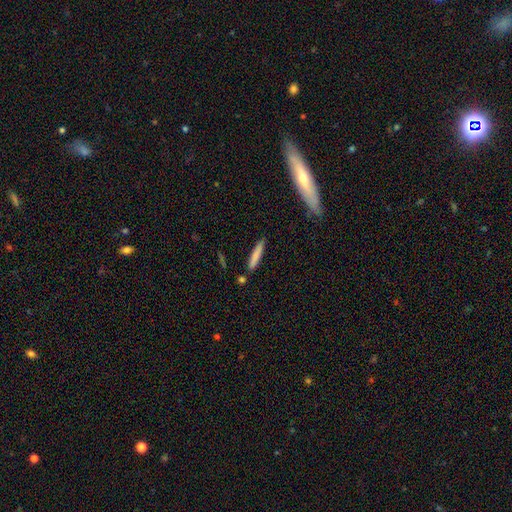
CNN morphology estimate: This appears to be a smooth galaxy with no disk features (79%) that is cigar-shaped (92%). Merging: none (84%).